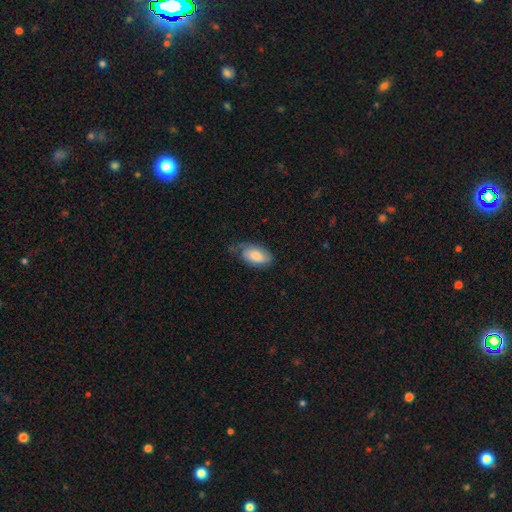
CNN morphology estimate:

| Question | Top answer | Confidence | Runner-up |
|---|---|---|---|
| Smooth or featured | smooth | 81% | featured or disk (13%) |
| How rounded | in between | 94% | round (4%) |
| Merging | none | 51% | minor disturbance (36%) |